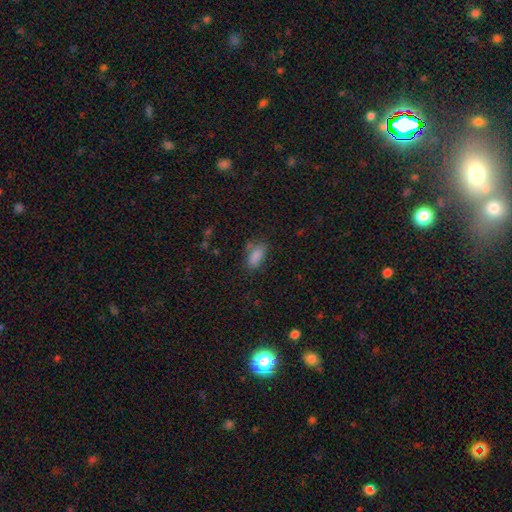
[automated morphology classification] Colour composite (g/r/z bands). It shows a smooth galaxy with no disk features (84%) that is in between round and cigar-shaped (88%). Merging: none (65%).